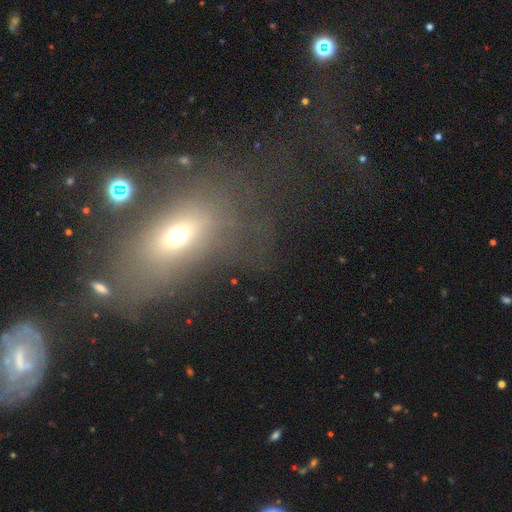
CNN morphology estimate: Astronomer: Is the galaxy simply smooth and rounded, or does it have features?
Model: smooth — 50% (runner-up: featured or disk, 28%).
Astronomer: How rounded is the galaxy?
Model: in between — 70%.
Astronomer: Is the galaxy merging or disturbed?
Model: major disturbance — 39% (runner-up: none, 35%).